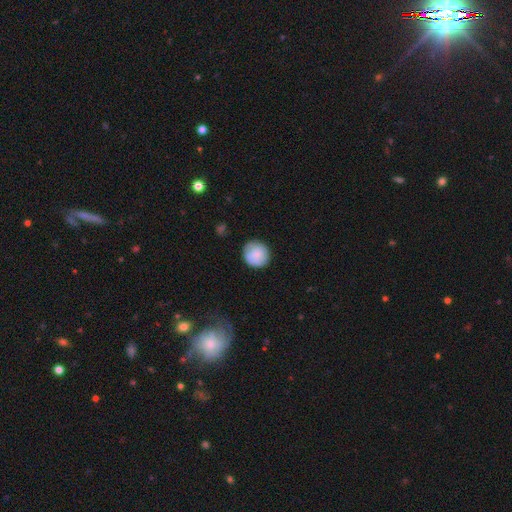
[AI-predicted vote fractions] This is likely a smooth galaxy (76%). How rounded: clearly round (91%). Merging: clearly none (82%).